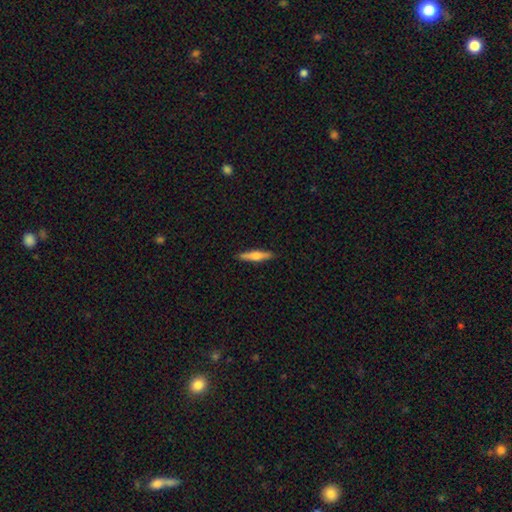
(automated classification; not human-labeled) Smooth or featured? Predicted: smooth (p=0.49). Merging? Predicted: none (p=0.91).